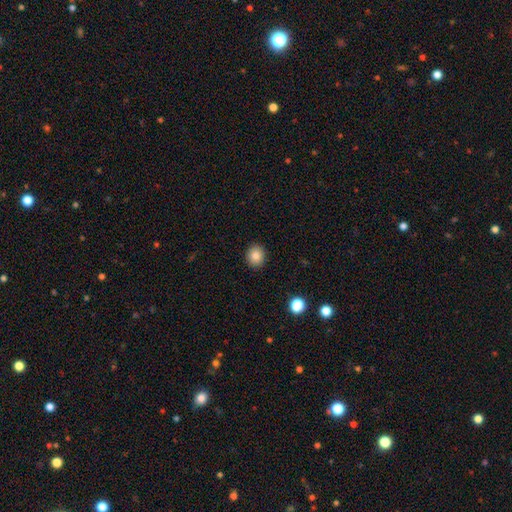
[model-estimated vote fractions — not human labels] Smooth or featured? smooth (84%)
How rounded? round (73%)
Merging? none (91%)